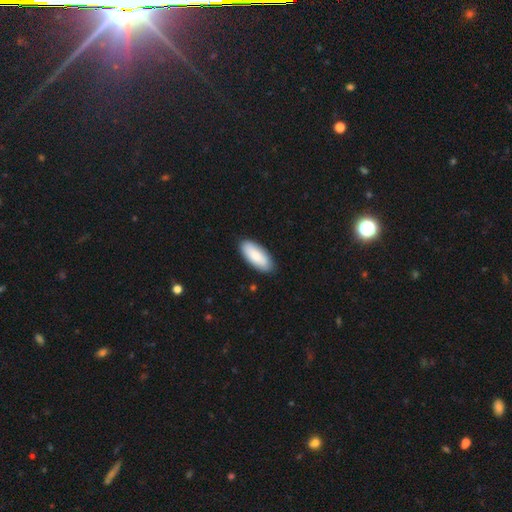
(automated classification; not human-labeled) Smooth or featured: smooth — 87% (featured or disk — 8%)
How rounded: in between — 87% (cigar-shaped — 11%)
Merging: none — 87% (minor disturbance — 10%)